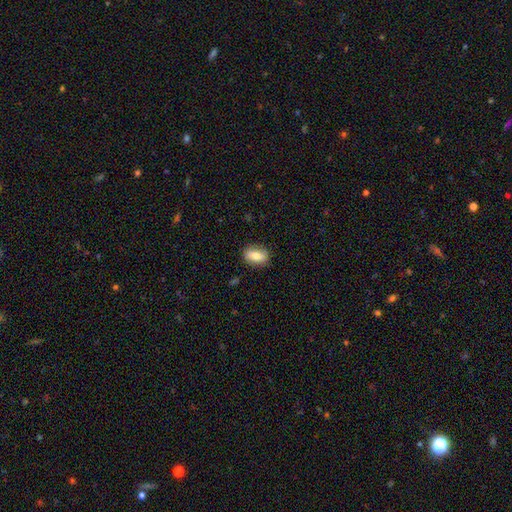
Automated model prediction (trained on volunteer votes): Smooth or featured: smooth — 66% (featured or disk — 27%)
How rounded: in between — 82% (round — 14%)
Merging: none — 84% (minor disturbance — 12%)